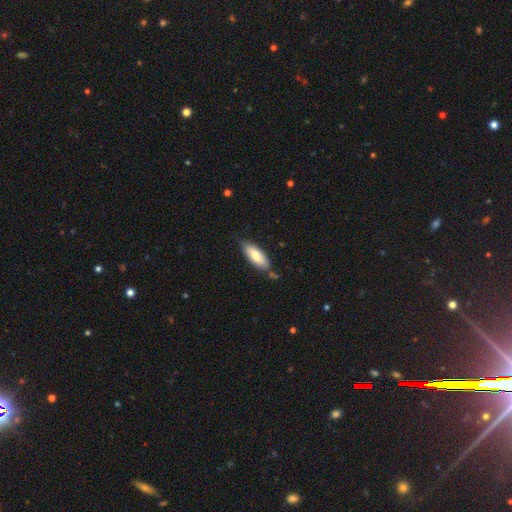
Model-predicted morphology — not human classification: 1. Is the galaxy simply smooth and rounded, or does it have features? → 72% smooth, 23% featured or disk, 6% star or artifact.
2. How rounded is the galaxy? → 73% in between, 26% cigar-shaped, 2% round.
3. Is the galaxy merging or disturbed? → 76% none, 17% minor disturbance, 4% merger, 3% major disturbance.